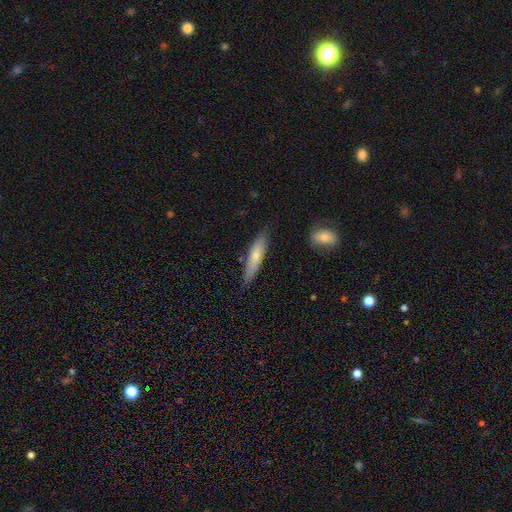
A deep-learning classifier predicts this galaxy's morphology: smooth-or-featured: smooth: 74% | featured or disk: 21% | star or artifact: 6%
  how-rounded: cigar-shaped: 81% | in between: 17% | round: 1%
  merging: none: 78% | minor disturbance: 16% | merger: 3% | major disturbance: 3%